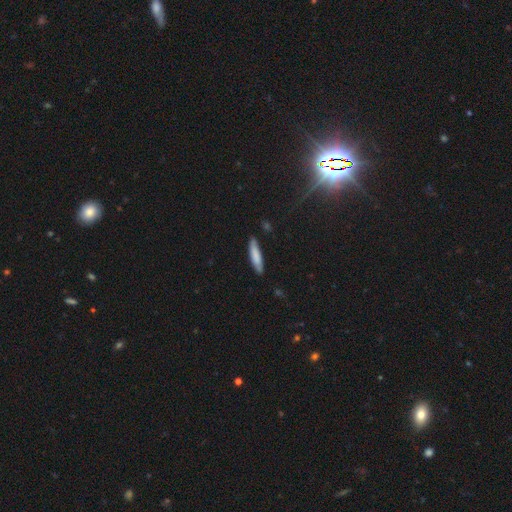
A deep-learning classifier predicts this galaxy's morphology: Q: Smooth or featured?
A: smooth (79%); runner-up: featured or disk (15%)
Q: How rounded?
A: cigar-shaped (82%); runner-up: in between (17%)
Q: Merging?
A: none (81%); runner-up: minor disturbance (15%)